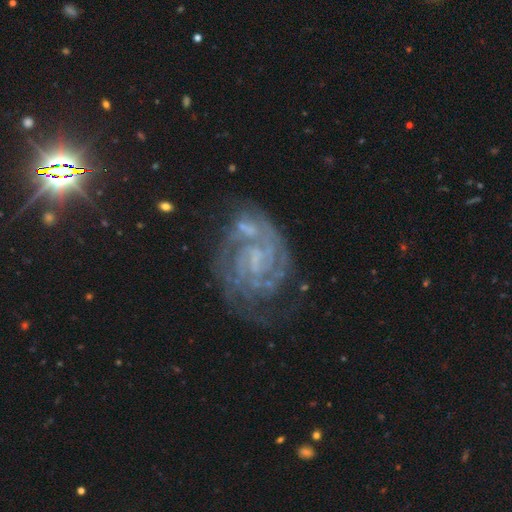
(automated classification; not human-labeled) Smooth or featured?
  - featured or disk: 83% *
  - star or artifact: 10%
  - smooth: 7%
Edge-on disk?
  - no: 98% *
  - yes: 2%
Bar?
  - weak: 45% *
  - no: 41%
  - strong: 14%
Spiral arms?
  - yes: 94% *
  - no: 6%
Spiral winding?
  - tight: 61% *
  - medium: 31%
  - loose: 8%
Spiral arm count?
  - 2: 34% *
  - can't tell: 27%
  - 3: 19%
  - 4: 8%
  - 1: 6%
  - more than 4: 6%
Bulge size?
  - small: 47% *
  - none: 37%
  - moderate: 13%
  - large: 2%
  - dominant: 1%
Merging?
  - none: 57% *
  - minor disturbance: 20%
  - major disturbance: 15%
  - merger: 8%